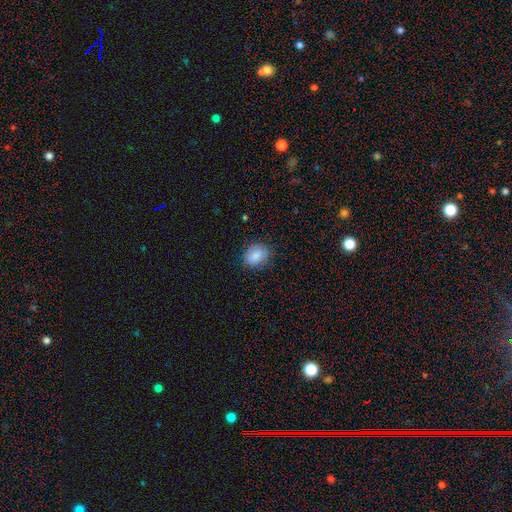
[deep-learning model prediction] Overall: smooth (83%). How rounded: in between (50%; round 49%). Merging: none (81%).